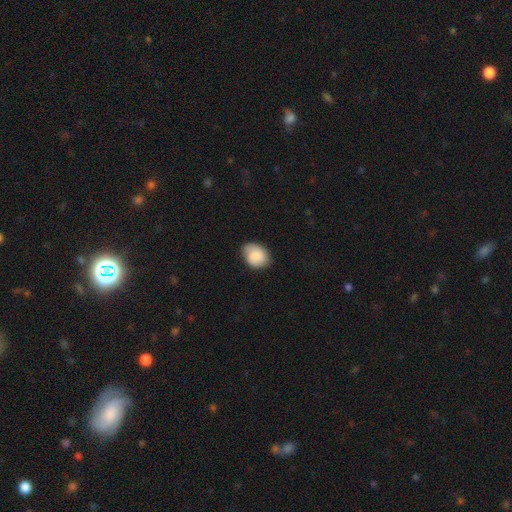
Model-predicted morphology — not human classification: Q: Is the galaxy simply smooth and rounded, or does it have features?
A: smooth — 84%.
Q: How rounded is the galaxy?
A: in between — 64%.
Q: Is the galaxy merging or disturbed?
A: none — 72%.